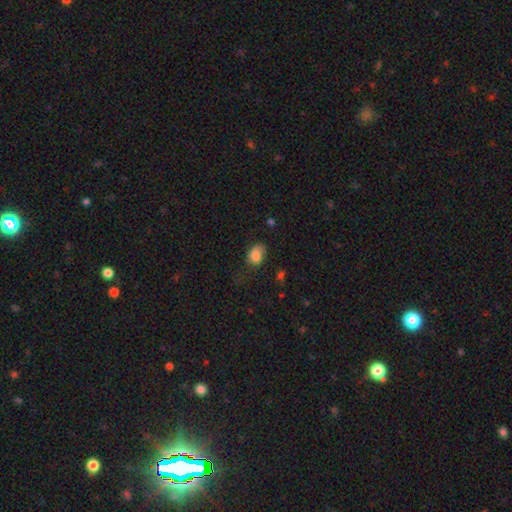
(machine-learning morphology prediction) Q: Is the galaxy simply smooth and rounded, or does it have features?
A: smooth — 79%.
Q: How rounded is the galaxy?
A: in between — 76%.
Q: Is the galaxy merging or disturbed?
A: none — 47%.